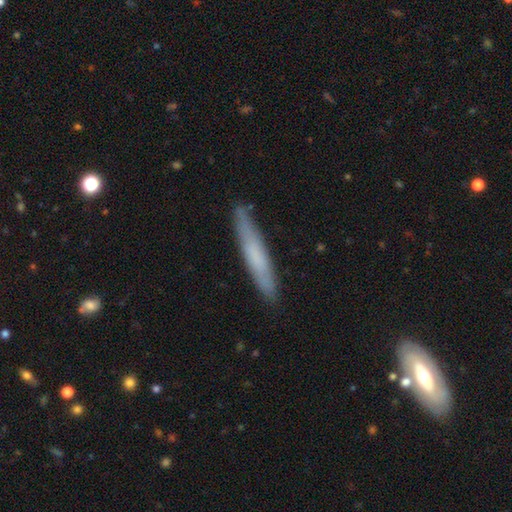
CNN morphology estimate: Smooth or featured: smooth — 62% (featured or disk — 31%)
How rounded: cigar-shaped — 94% (in between — 5%)
Merging: none — 86% (minor disturbance — 11%)